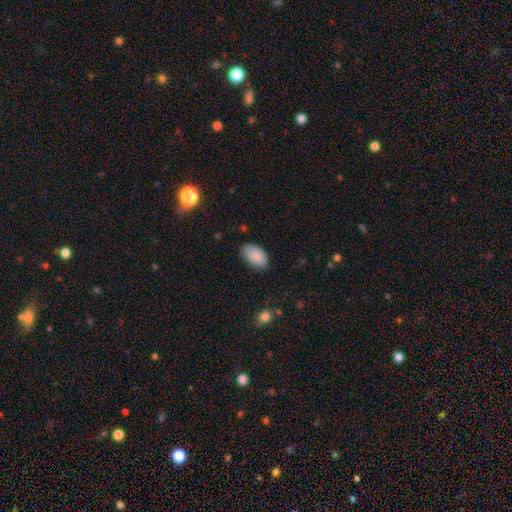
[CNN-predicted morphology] type=smooth (89%); roundness=in between (94%); merging=none (80%).